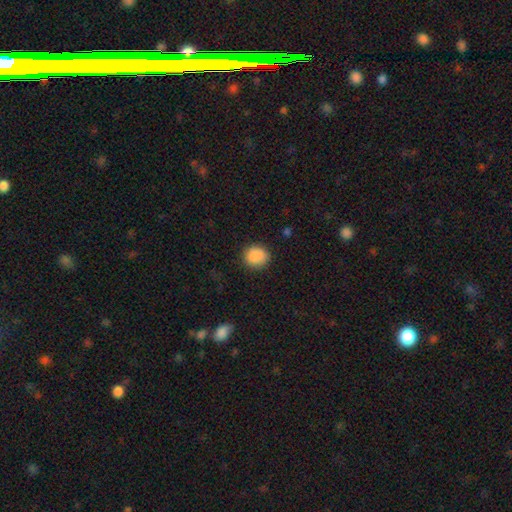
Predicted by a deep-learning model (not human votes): Smooth or featured? smooth (88%)
How rounded? round (79%)
Merging? none (86%)